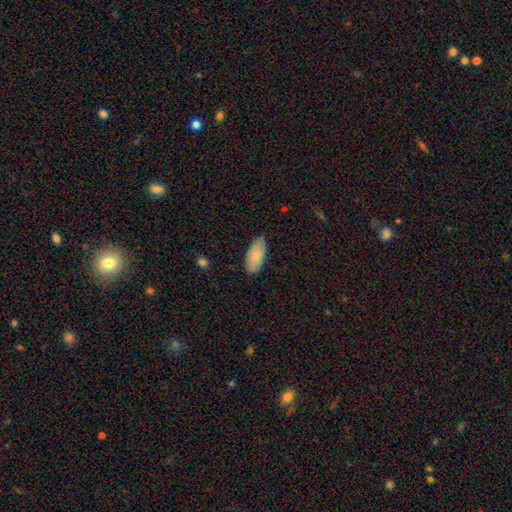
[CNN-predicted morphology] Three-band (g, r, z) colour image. It shows a smooth galaxy with no disk features (83%) that is in between round and cigar-shaped (92%). Merging: none (77%).